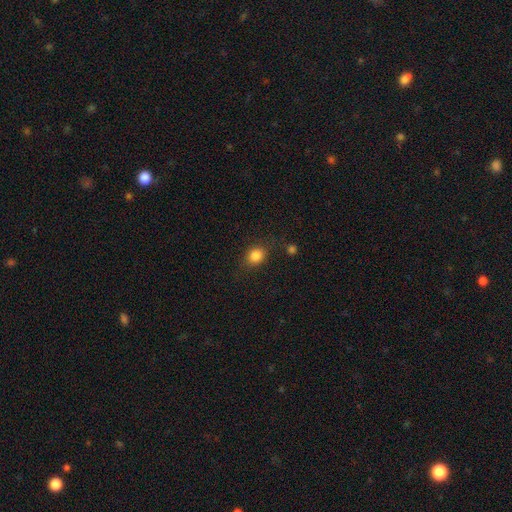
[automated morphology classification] smooth-or-featured: smooth: 83% | star or artifact: 11% | featured or disk: 7%
  how-rounded: round: 65% | in between: 34% | cigar-shaped: 1%
  merging: none: 78% | minor disturbance: 14% | major disturbance: 5% | merger: 3%